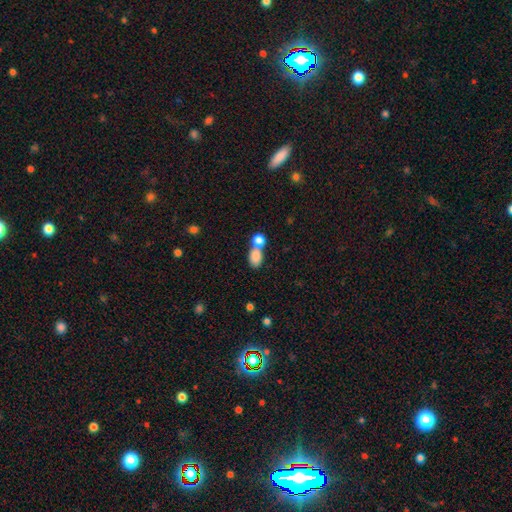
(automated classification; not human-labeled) A smooth galaxy with no disk features (83%) that is in between round and cigar-shaped (79%).

Vote fractions:
- Smooth or featured? smooth: 83% / star or artifact: 9% / featured or disk: 8%
- How rounded? in between: 79% / round: 19% / cigar-shaped: 3%
- Merging? merger: 53% / none: 34% / minor disturbance: 9% / major disturbance: 4%